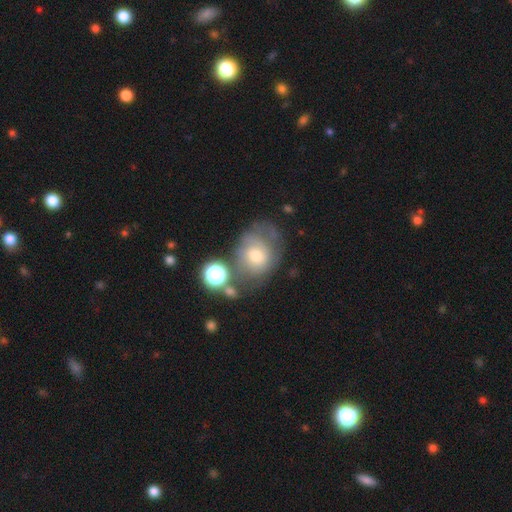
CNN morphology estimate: type=smooth (54%); roundness=round (53%); merging=none (38%).